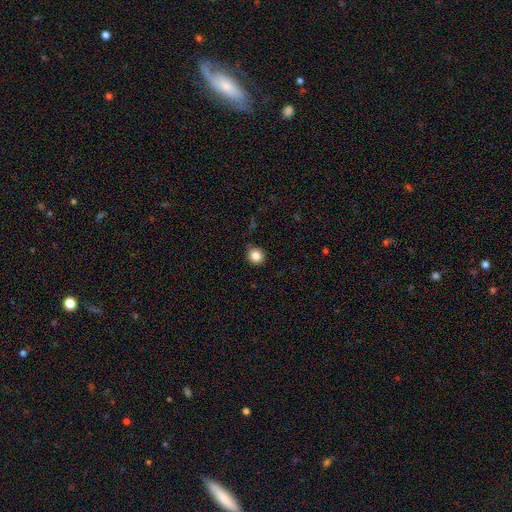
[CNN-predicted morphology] A smooth galaxy with no disk features (84%) that is round (90%). Merging: none (83%).